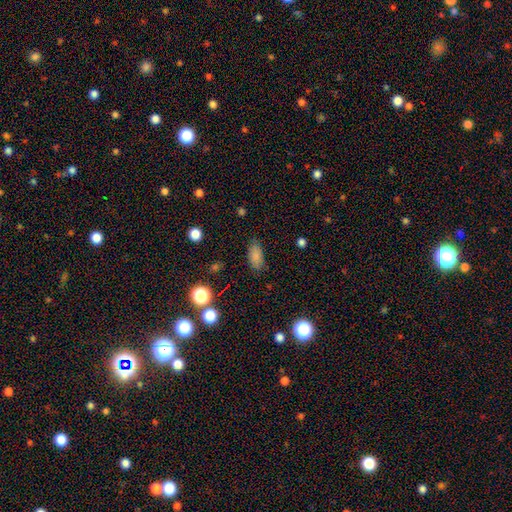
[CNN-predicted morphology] The model was most divided on "merging": none: 82%, minor disturbance: 13%, major disturbance: 3%, merger: 1%. More confident: how rounded — in between (88%); smooth or featured — smooth (82%).